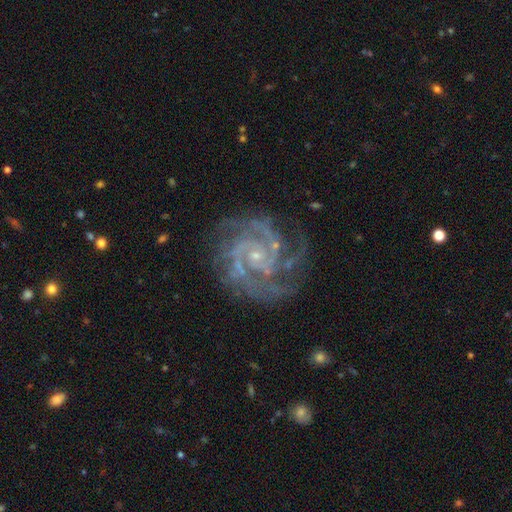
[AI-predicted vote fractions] The model was most divided on "spiral arm count": 2: 34%, 3: 31%, 4: 12%, can't tell: 10%, more than 4: 6%, 1: 6%. More confident: spiral arms — yes (98%); edge-on disk — no (98%); smooth or featured — featured or disk (92%); bulge size — small (81%); merging — none (74%); bar — no (66%); spiral winding — tight (62%).